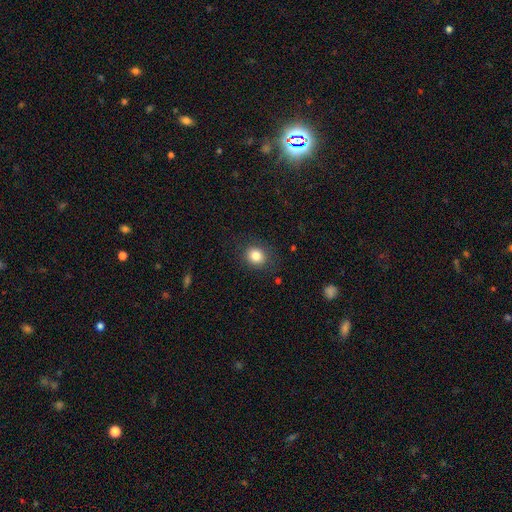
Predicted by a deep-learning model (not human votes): A smooth galaxy with no disk features (83%) that is round (72%). Merging: none (86%).